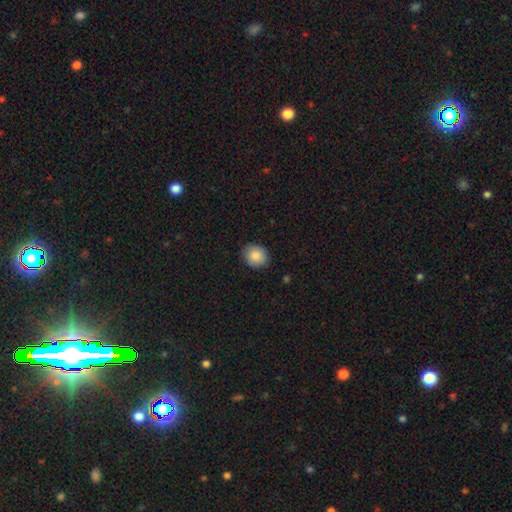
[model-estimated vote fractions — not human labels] smooth_or_featured: smooth (p=0.86) [alt: star or artifact p=0.08]
how_rounded: round (p=0.63) [alt: in between p=0.36]
merging: none (p=0.86) [alt: minor disturbance p=0.11]